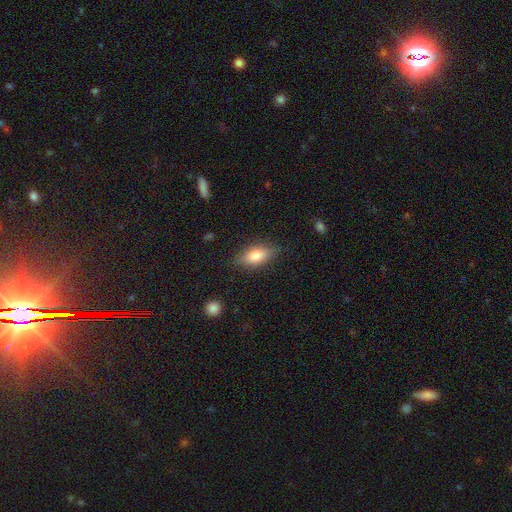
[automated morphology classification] type=smooth (78%); roundness=in between (83%); merging=none (80%).